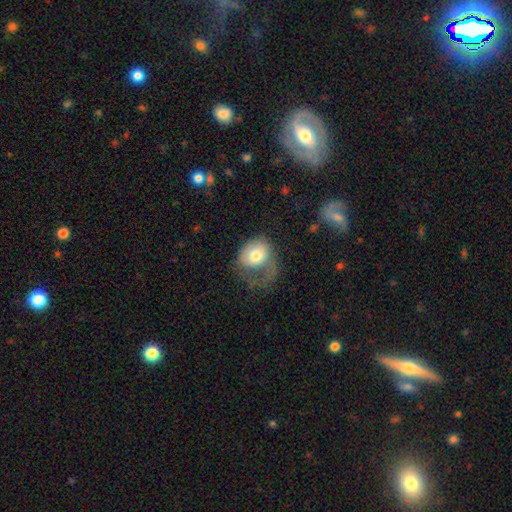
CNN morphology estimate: Smooth or featured? Predicted: smooth (p=0.66). How rounded? Predicted: in between (p=0.51). Merging? Predicted: major disturbance (p=0.57).